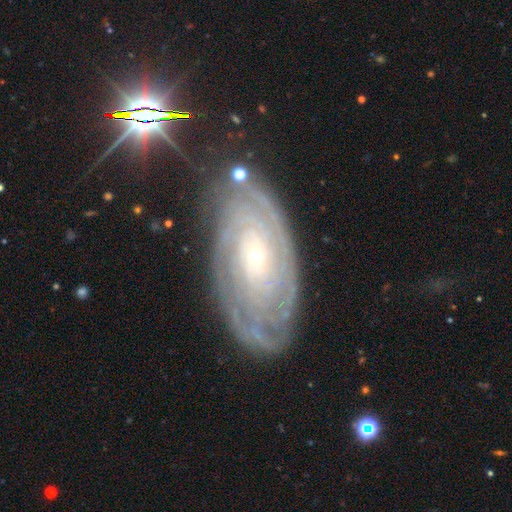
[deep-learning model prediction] smooth-or-featured: featured or disk: 84% | smooth: 8% | star or artifact: 8%
  disk-edge-on: no: 94% | yes: 6%
    bar: no: 72% | weak: 21% | strong: 7%
    has-spiral-arms: yes: 94% | no: 6%
      spiral-winding: tight: 84% | medium: 13% | loose: 3%
      spiral-arm-count: can't tell: 44% | 4: 14% | more than 4: 13% | 2: 12% | 3: 11% | 1: 6%
    bulge-size: small: 83% | moderate: 14% | none: 1% | large: 1% | dominant: 1%
  merging: none: 77% | minor disturbance: 16% | major disturbance: 5% | merger: 2%